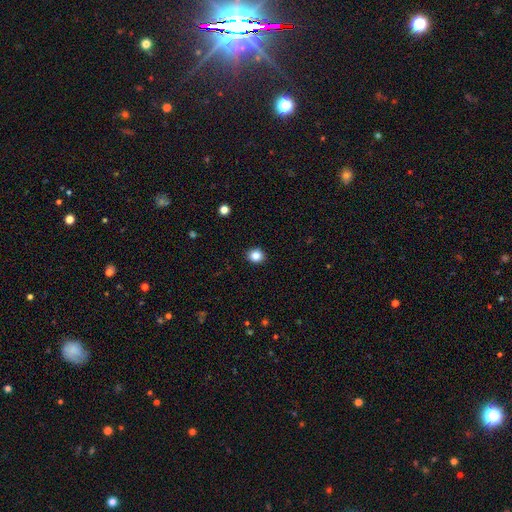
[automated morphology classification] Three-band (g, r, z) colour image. It shows a smooth galaxy with no disk features (85%) that is round (81%). Merging: none (92%).